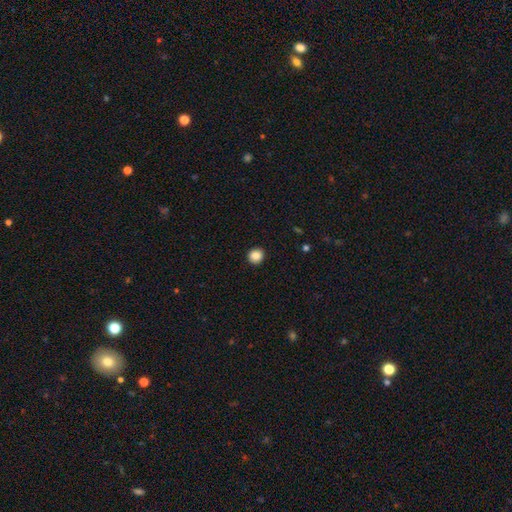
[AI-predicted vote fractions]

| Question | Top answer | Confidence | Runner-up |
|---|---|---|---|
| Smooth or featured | smooth | 87% | star or artifact (10%) |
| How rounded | round | 89% | in between (10%) |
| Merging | none | 93% | minor disturbance (5%) |